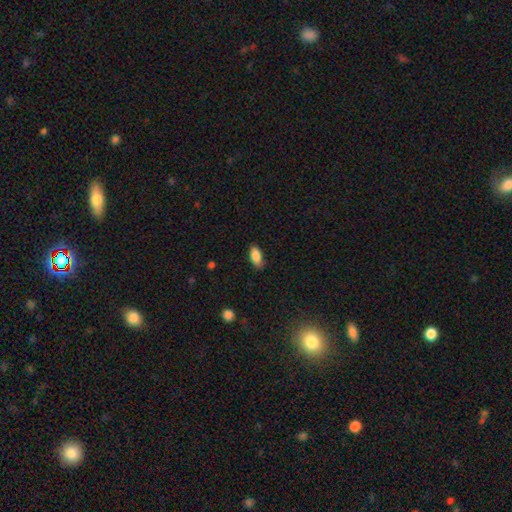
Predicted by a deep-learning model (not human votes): This is clearly a smooth galaxy (88%). How rounded: clearly in between (88%). Merging: likely none (80%).